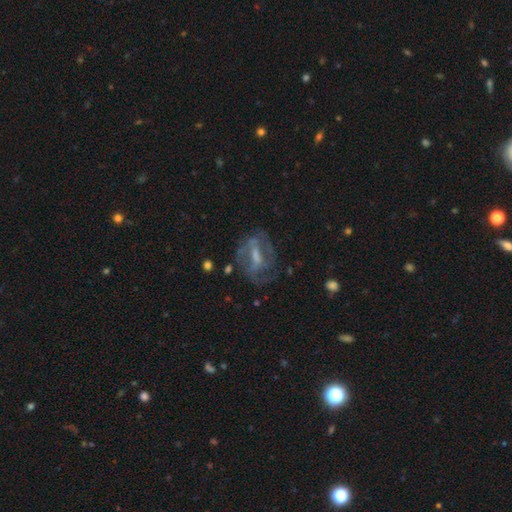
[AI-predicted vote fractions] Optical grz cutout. It shows a featured or disk galaxy (71%) with a weak bar (44%), spiral arms (66%) and a moderate central bulge (37%). Merging: none (57%).